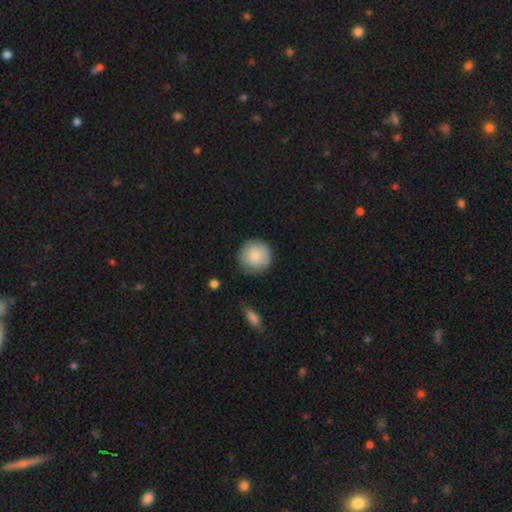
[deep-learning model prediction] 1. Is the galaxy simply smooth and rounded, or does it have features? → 81% smooth, 12% featured or disk, 6% star or artifact.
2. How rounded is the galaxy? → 94% round, 5% in between, 1% cigar-shaped.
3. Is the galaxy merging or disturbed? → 81% none, 15% minor disturbance, 3% major disturbance, 2% merger.